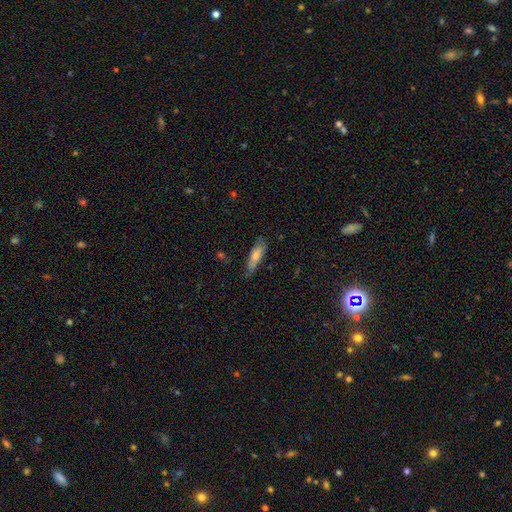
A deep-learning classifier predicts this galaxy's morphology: This is likely a smooth galaxy (75%). How rounded: possibly cigar-shaped (54%). Merging: likely none (71%).